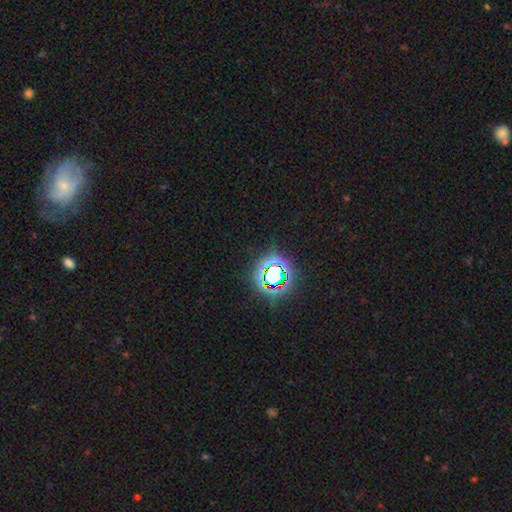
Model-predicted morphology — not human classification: This is likely a star or artifact rather than a galaxy (78%).